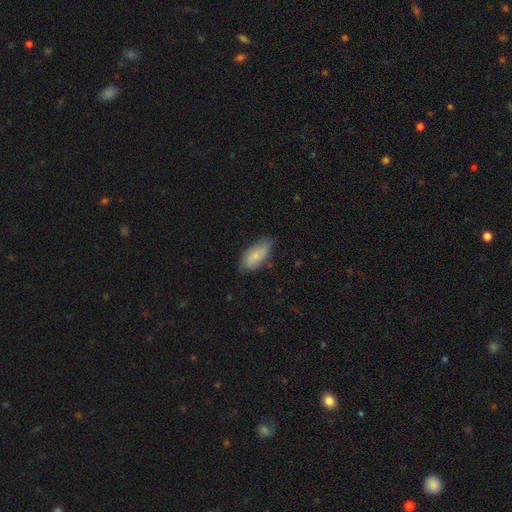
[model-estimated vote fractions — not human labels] This appears to be a smooth galaxy with no disk features (75%) that is in between round and cigar-shaped (90%). Merging: none (63%).